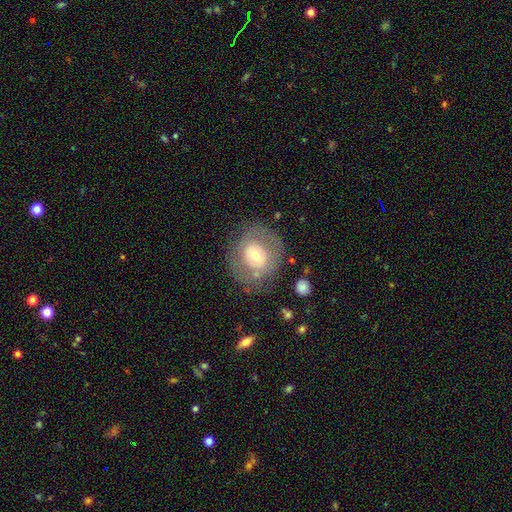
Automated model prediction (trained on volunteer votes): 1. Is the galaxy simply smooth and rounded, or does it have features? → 48% smooth, 43% featured or disk, 8% star or artifact.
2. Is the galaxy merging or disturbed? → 72% none, 15% minor disturbance, 9% major disturbance, 3% merger.